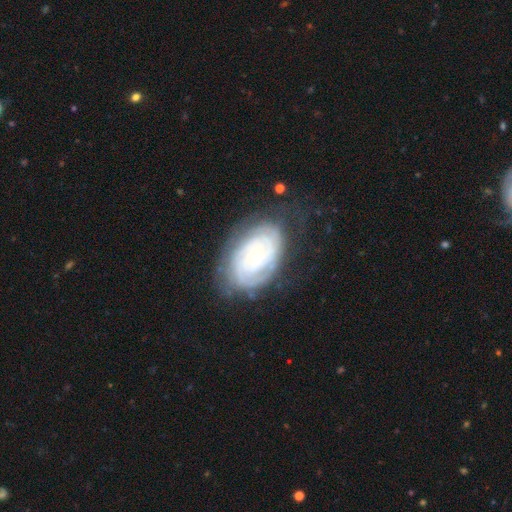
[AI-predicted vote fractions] smooth-or-featured: featured or disk: 81% | smooth: 13% | star or artifact: 6%
  disk-edge-on: no: 96% | yes: 4%
    bar: no: 76% | weak: 19% | strong: 5%
    has-spiral-arms: yes: 93% | no: 7%
      spiral-winding: tight: 82% | medium: 14% | loose: 4%
      spiral-arm-count: can't tell: 43% | 2: 23% | 3: 13% | 4: 10% | more than 4: 6% | 1: 5%
    bulge-size: small: 77% | moderate: 19% | none: 2% | large: 2% | dominant: 1%
  merging: none: 70% | minor disturbance: 19% | major disturbance: 9% | merger: 1%